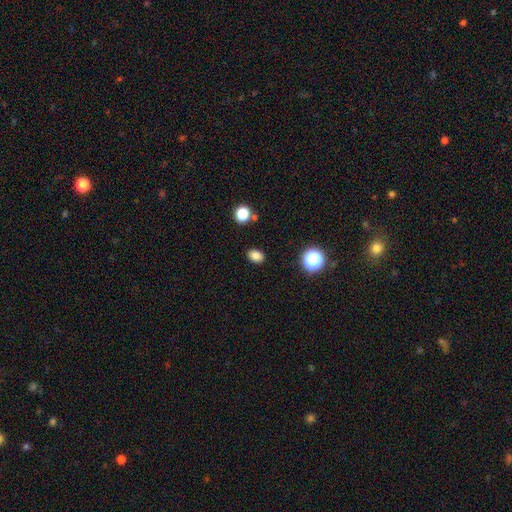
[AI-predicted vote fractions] Smooth or featured?
  - smooth: 83% *
  - star or artifact: 13%
  - featured or disk: 4%
How rounded?
  - in between: 73% *
  - round: 26%
  - cigar-shaped: 1%
Merging?
  - none: 88% *
  - minor disturbance: 8%
  - major disturbance: 2%
  - merger: 2%